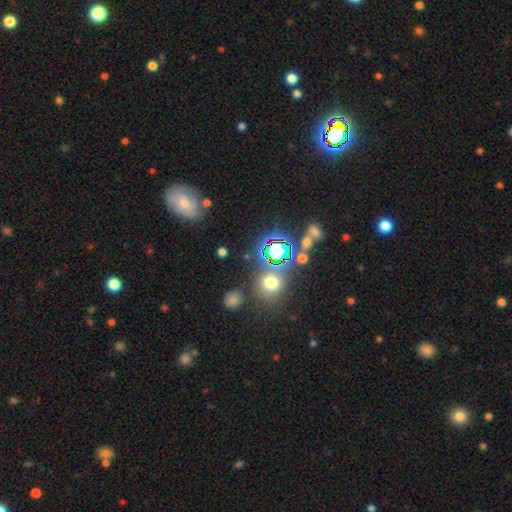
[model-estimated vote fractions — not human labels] Morphology: type=star or artifact (62%).